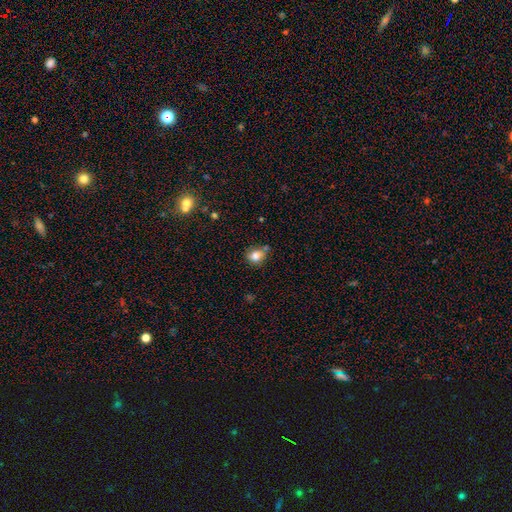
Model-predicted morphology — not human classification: A smooth galaxy with no disk features (81%) that is round (58%).

Vote fractions:
- Smooth or featured? smooth: 81% / star or artifact: 11% / featured or disk: 8%
- How rounded? round: 58% / in between: 41% / cigar-shaped: 1%
- Merging? none: 57% / minor disturbance: 24% / merger: 12% / major disturbance: 6%